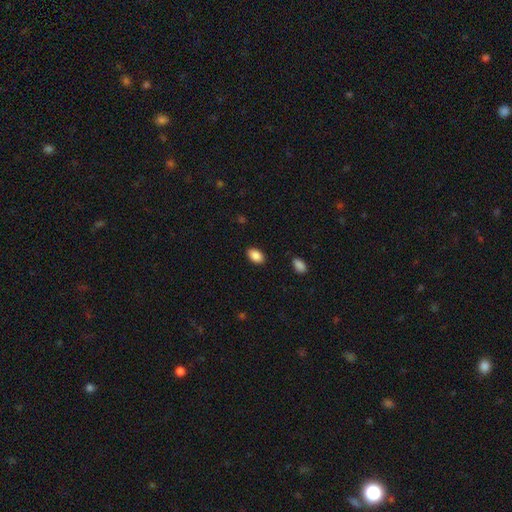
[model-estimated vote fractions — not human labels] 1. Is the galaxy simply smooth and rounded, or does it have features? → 88% smooth, 8% star or artifact, 4% featured or disk.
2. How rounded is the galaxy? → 89% in between, 10% round, 1% cigar-shaped.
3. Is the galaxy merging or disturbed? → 88% none, 9% minor disturbance, 2% major disturbance, 1% merger.